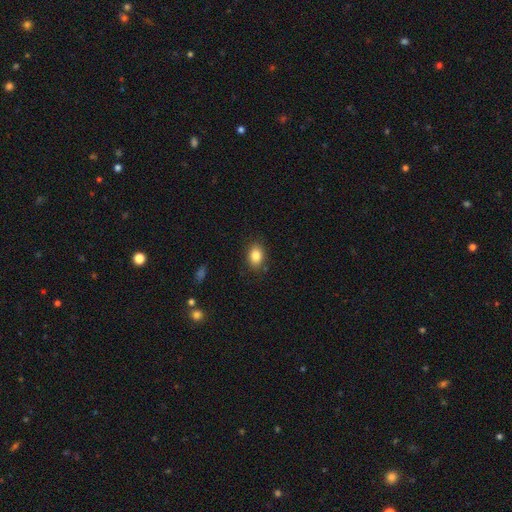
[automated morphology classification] Smooth or featured?
  - smooth: 85% *
  - star or artifact: 9%
  - featured or disk: 7%
How rounded?
  - in between: 76% *
  - round: 23%
  - cigar-shaped: 1%
Merging?
  - none: 86% *
  - minor disturbance: 10%
  - major disturbance: 3%
  - merger: 1%